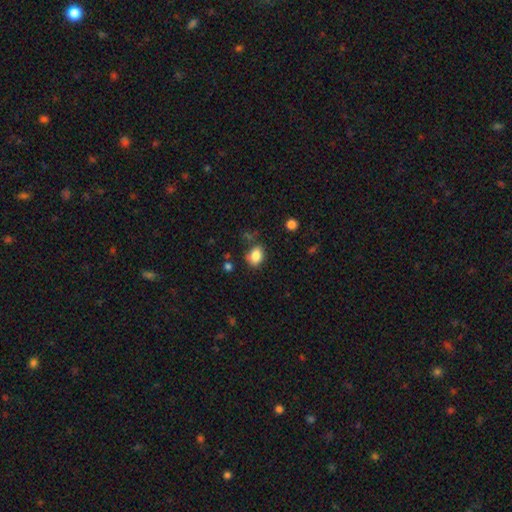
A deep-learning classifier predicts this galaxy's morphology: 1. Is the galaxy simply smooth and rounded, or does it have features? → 85% smooth, 10% star or artifact, 5% featured or disk.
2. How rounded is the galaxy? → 70% in between, 29% round, 1% cigar-shaped.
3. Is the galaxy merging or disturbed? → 73% none, 18% minor disturbance, 5% major disturbance, 4% merger.